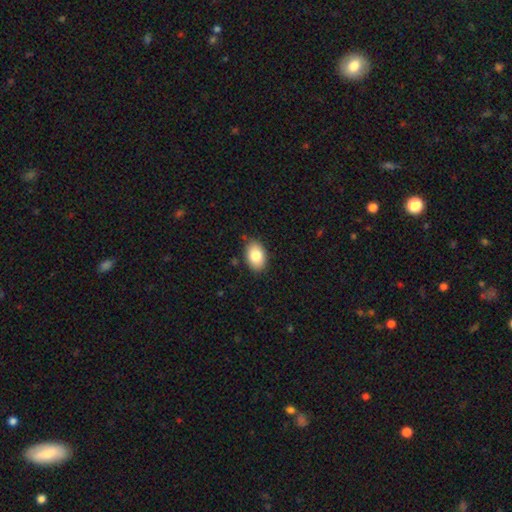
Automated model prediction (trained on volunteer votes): smooth 82%, featured or disk 10%, star or artifact 7%. Down the decision tree: how rounded — in between (87%); merging — none (86%).